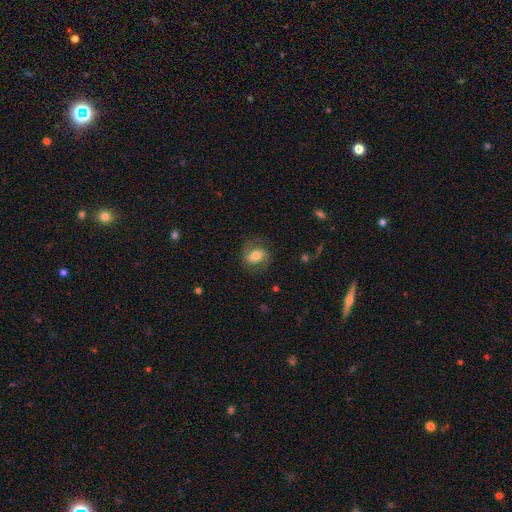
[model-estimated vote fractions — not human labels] smooth 51%, featured or disk 41%, star or artifact 8%. Down the decision tree: how rounded — in between (60%); merging — none (73%).